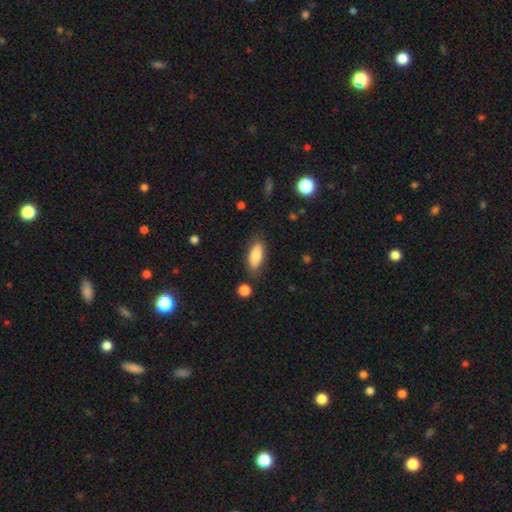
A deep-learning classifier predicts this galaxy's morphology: Q: Smooth or featured?
A: smooth (76%); runner-up: featured or disk (17%)
Q: How rounded?
A: in between (81%); runner-up: cigar-shaped (16%)
Q: Merging?
A: none (78%); runner-up: minor disturbance (15%)